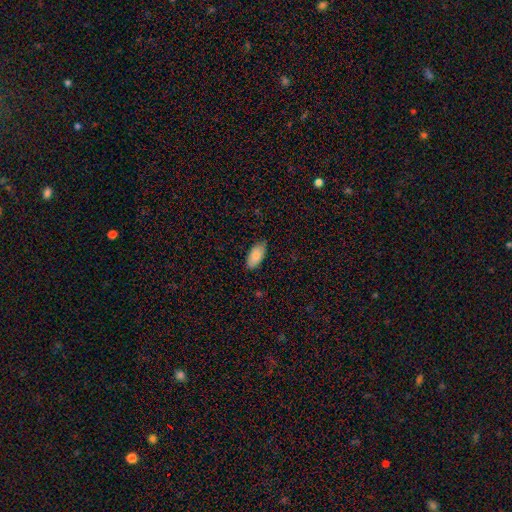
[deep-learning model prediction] Q: Smooth or featured?
A: smooth (88%); runner-up: star or artifact (6%)
Q: How rounded?
A: in between (92%); runner-up: cigar-shaped (6%)
Q: Merging?
A: none (79%); runner-up: minor disturbance (17%)